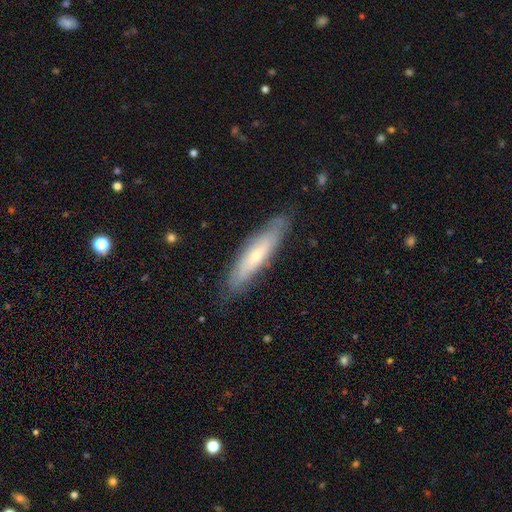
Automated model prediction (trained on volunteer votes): smooth-or-featured: featured or disk: 54% | smooth: 40% | star or artifact: 6%
  disk-edge-on: yes: 52% | no: 48%
  merging: none: 79% | minor disturbance: 16% | major disturbance: 3% | merger: 1%